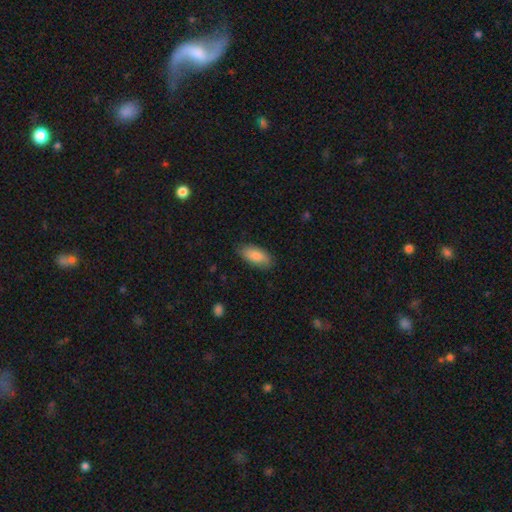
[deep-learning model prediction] Smooth or featured? smooth (86%)
How rounded? in between (89%)
Merging? none (82%)